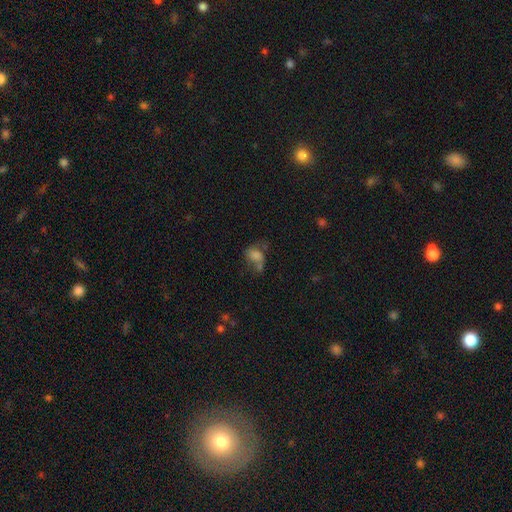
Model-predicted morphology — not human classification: A smooth galaxy with no disk features (59%) that is in between round and cigar-shaped (66%). Merging: major disturbance (28%, tied with none).